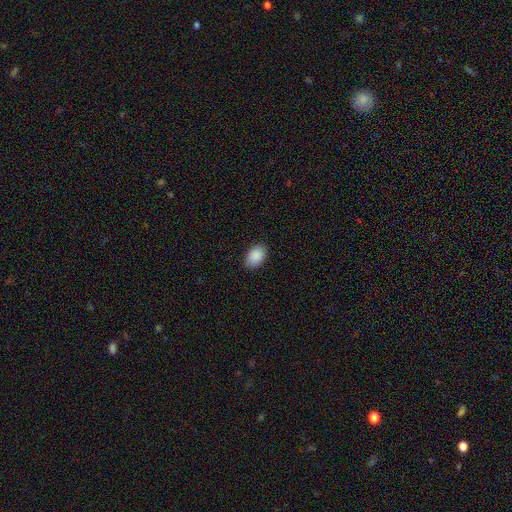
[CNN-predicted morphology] type=smooth (90%); roundness=in between (88%); merging=none (88%).